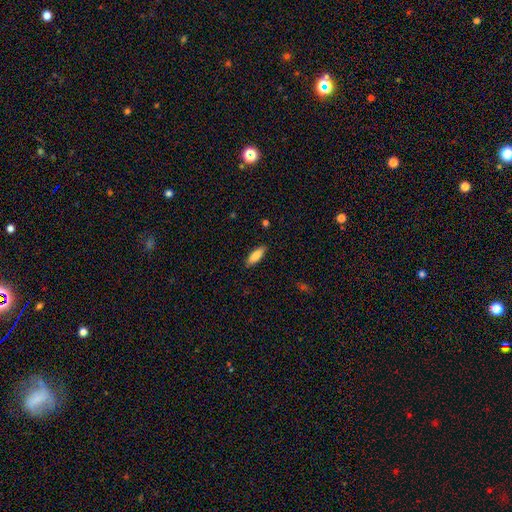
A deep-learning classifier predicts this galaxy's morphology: Smooth or featured: smooth — 85% (featured or disk — 9%)
How rounded: in between — 66% (cigar-shaped — 32%)
Merging: none — 88% (minor disturbance — 9%)